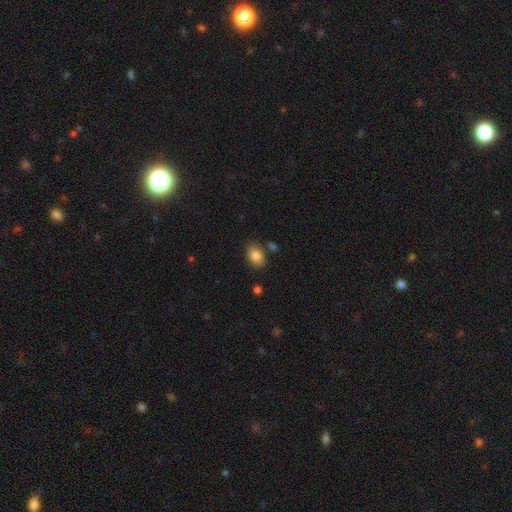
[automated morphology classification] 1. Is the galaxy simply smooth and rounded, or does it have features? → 84% smooth, 8% star or artifact, 8% featured or disk.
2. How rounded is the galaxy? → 86% in between, 13% round, 1% cigar-shaped.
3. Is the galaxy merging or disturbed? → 80% none, 12% minor disturbance, 5% merger, 3% major disturbance.